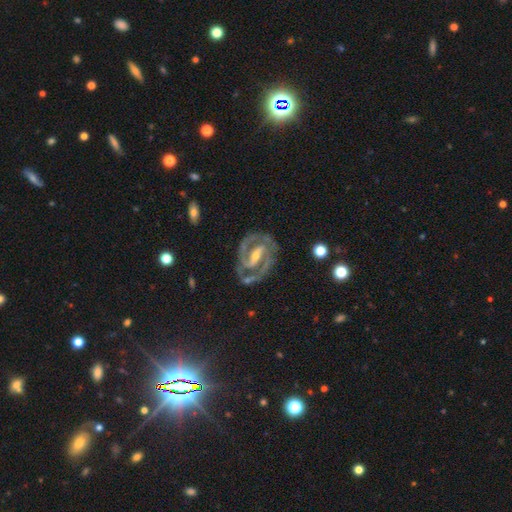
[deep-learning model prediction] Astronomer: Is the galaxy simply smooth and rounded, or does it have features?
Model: featured or disk — 92%.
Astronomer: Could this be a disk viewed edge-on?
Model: no — 97%.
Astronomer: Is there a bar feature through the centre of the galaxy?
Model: strong — 60%.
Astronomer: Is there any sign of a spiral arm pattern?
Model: yes — 98%.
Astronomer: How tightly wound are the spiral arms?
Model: tight — 51% (runner-up: medium, 43%).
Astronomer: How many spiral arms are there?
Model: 2 — 90%.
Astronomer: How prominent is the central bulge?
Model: small — 58% (runner-up: moderate, 36%).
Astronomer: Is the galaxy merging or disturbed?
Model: none — 78%.